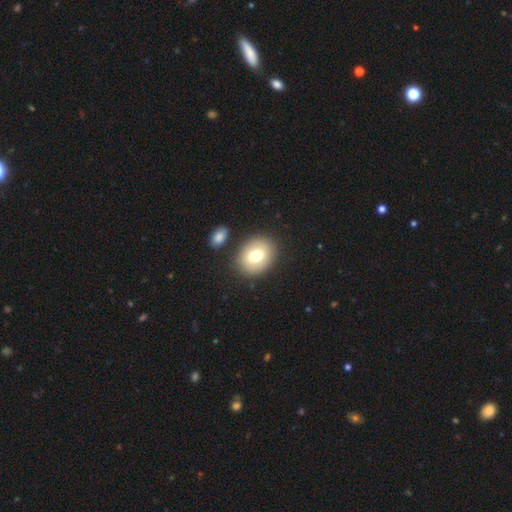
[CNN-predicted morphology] A smooth galaxy with no disk features (75%) that is in between round and cigar-shaped (53%).

Vote fractions:
- Smooth or featured? smooth: 75% / featured or disk: 17% / star or artifact: 8%
- How rounded? in between: 53% / round: 46% / cigar-shaped: 1%
- Merging? none: 82% / minor disturbance: 9% / merger: 6% / major disturbance: 3%